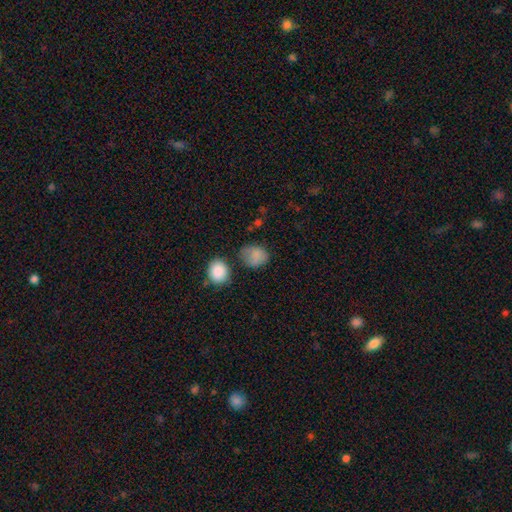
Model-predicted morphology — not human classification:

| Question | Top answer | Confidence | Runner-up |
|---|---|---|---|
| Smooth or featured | smooth | 83% | star or artifact (10%) |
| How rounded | round | 54% | in between (45%) |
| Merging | none | 57% | minor disturbance (27%) |